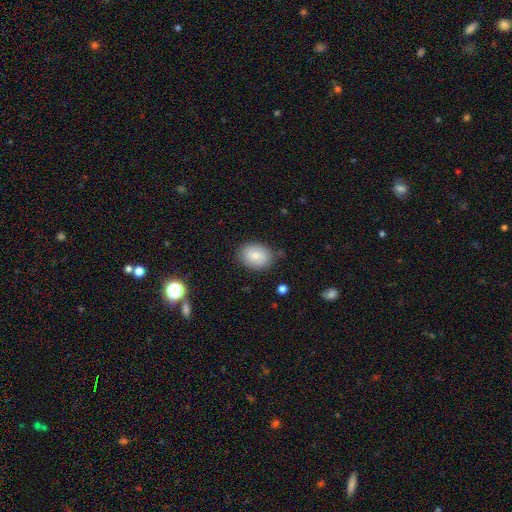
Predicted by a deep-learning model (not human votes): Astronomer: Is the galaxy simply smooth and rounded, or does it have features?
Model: smooth — 84%.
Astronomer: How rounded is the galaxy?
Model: in between — 69%.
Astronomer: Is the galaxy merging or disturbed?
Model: none — 81%.